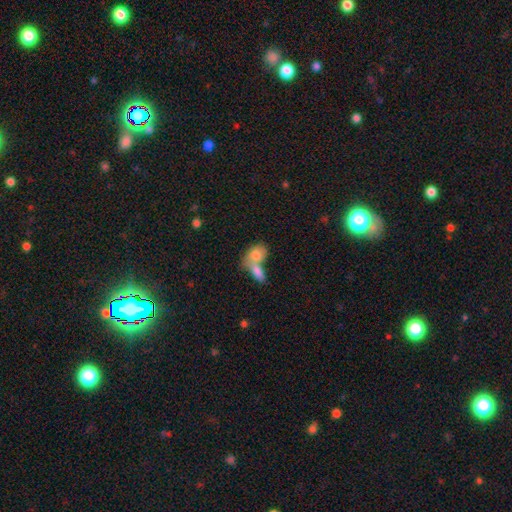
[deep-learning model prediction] Morphology: type=smooth (80%); roundness=in between (83%); merging=merger (65%).